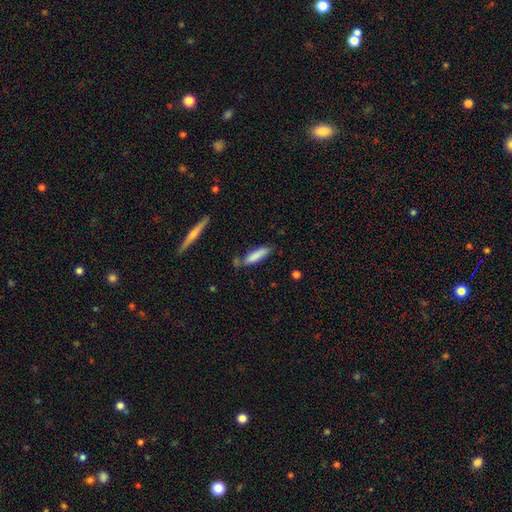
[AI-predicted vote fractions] This appears to be a smooth galaxy with no disk features (82%) that is cigar-shaped (65%). Merging: none (68%).